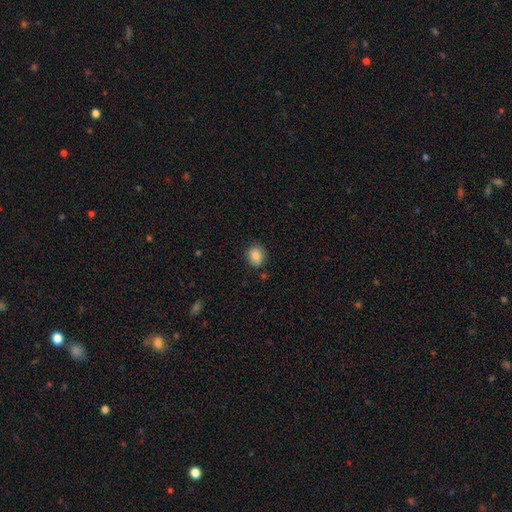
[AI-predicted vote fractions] Overall: smooth (87%). How rounded: round (52%; in between 47%). Merging: none (82%).